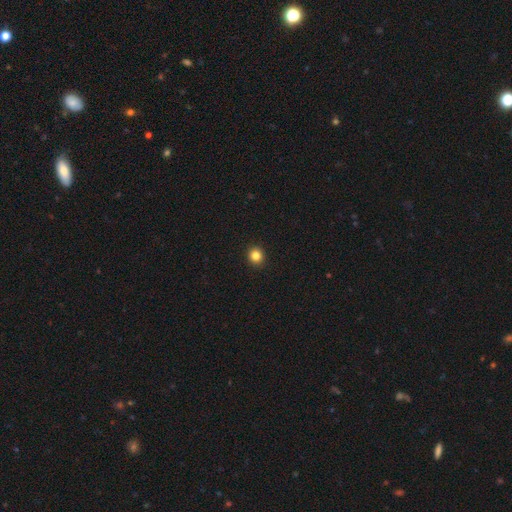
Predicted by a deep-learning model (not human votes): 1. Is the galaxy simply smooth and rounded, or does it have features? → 83% smooth, 12% star or artifact, 5% featured or disk.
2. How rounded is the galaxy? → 90% round, 9% in between, 1% cigar-shaped.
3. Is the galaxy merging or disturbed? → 94% none, 4% minor disturbance, 1% major disturbance, 1% merger.